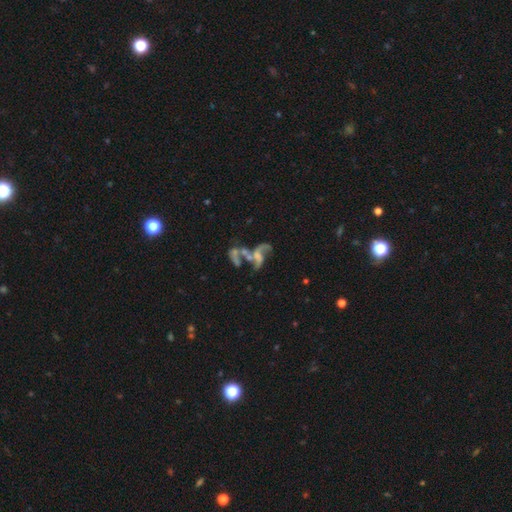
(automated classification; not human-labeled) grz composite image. It shows a featured or disk galaxy (69%) with no bar (66%), spiral arms (58%) and no central bulge (49%). Merging: merger (49%).